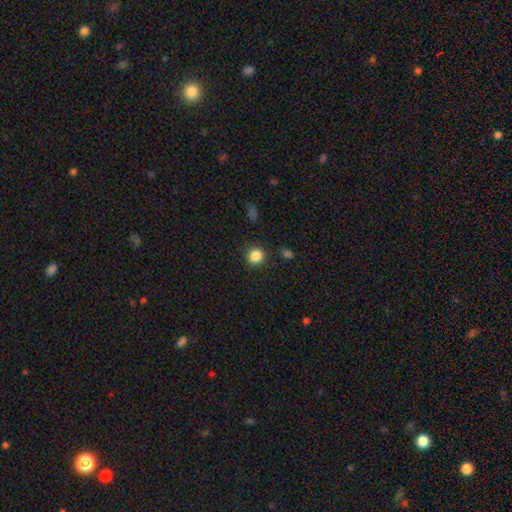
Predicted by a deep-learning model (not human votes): A smooth galaxy with no disk features (85%) that is round (87%).

Vote fractions:
- Smooth or featured? smooth: 85% / star or artifact: 11% / featured or disk: 4%
- How rounded? round: 87% / in between: 12% / cigar-shaped: 1%
- Merging? none: 88% / minor disturbance: 8% / major disturbance: 3% / merger: 2%